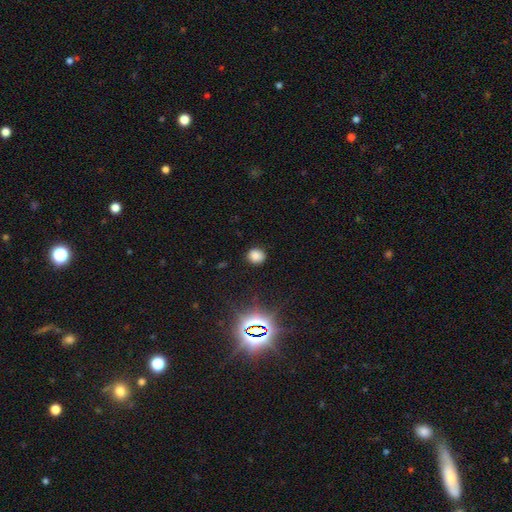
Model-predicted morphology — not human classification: Smooth or featured: smooth — 78% (star or artifact — 17%)
How rounded: round — 78% (in between — 21%)
Merging: none — 87% (minor disturbance — 9%)